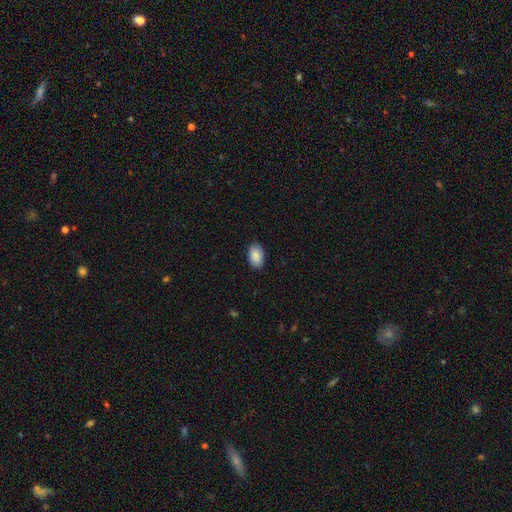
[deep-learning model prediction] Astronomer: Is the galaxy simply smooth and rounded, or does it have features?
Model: smooth — 89%.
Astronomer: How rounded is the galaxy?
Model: in between — 91%.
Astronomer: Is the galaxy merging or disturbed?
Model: none — 87%.